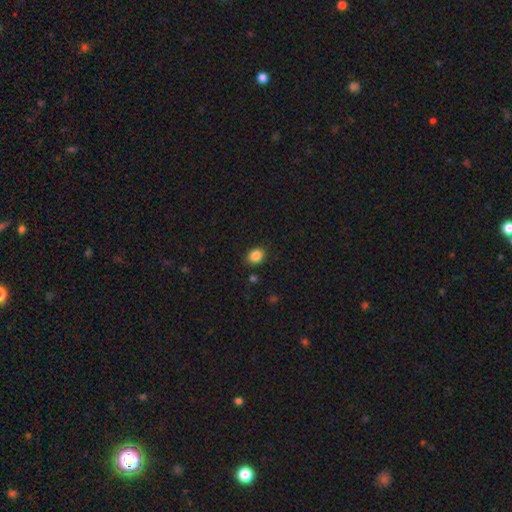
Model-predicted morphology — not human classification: A smooth galaxy with no disk features (86%) that is round (53%). Merging: none (86%).